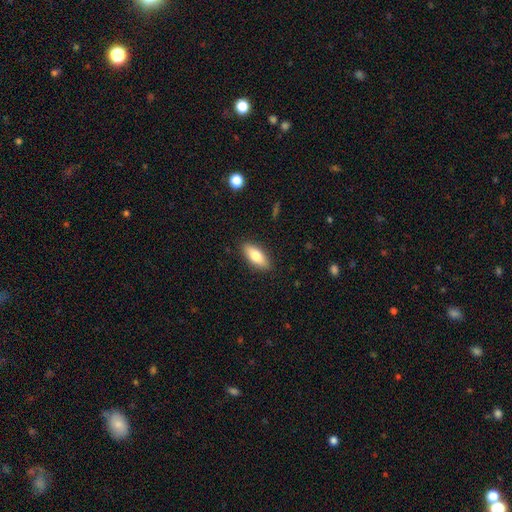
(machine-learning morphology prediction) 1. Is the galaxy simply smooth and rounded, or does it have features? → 76% smooth, 18% featured or disk, 6% star or artifact.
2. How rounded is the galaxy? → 77% in between, 21% cigar-shaped, 3% round.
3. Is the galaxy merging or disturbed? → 88% none, 9% minor disturbance, 2% major disturbance, 1% merger.